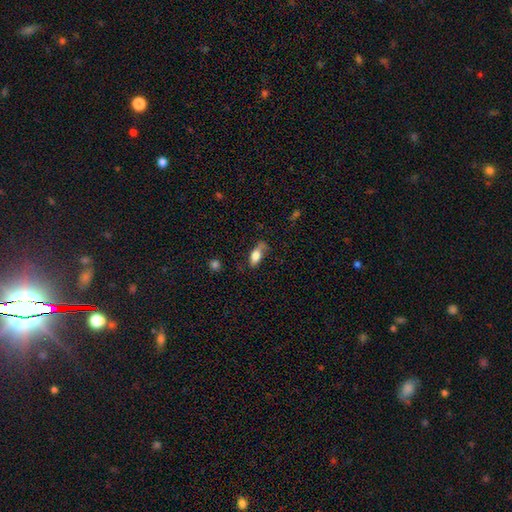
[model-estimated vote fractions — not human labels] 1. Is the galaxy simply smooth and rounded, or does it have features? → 70% smooth, 23% featured or disk, 7% star or artifact.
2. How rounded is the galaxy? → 77% in between, 19% cigar-shaped, 4% round.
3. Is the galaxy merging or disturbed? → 58% none, 28% minor disturbance, 11% major disturbance, 2% merger.